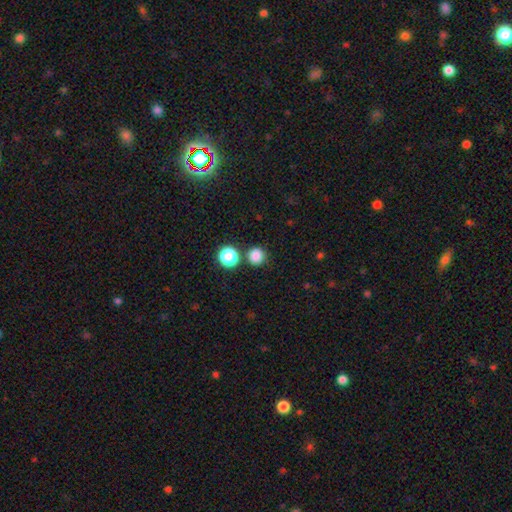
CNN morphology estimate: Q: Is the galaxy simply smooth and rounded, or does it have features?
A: smooth — 82%.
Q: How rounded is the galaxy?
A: round — 94%.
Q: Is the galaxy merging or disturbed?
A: none — 83%.